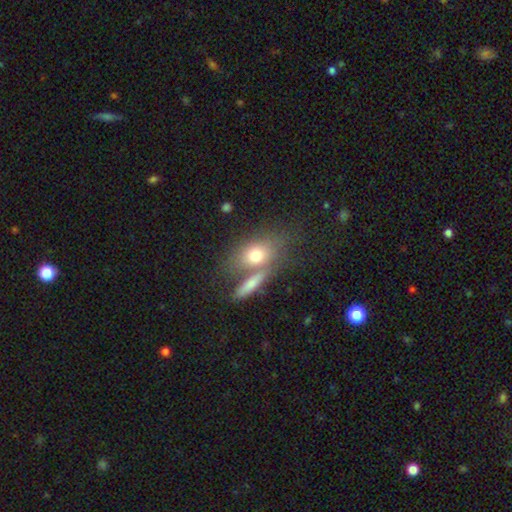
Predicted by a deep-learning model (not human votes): smooth_or_featured: smooth (p=0.70) [alt: featured or disk p=0.21]
how_rounded: in between (p=0.67) [alt: round p=0.24]
merging: none (p=0.46) [alt: merger p=0.35]